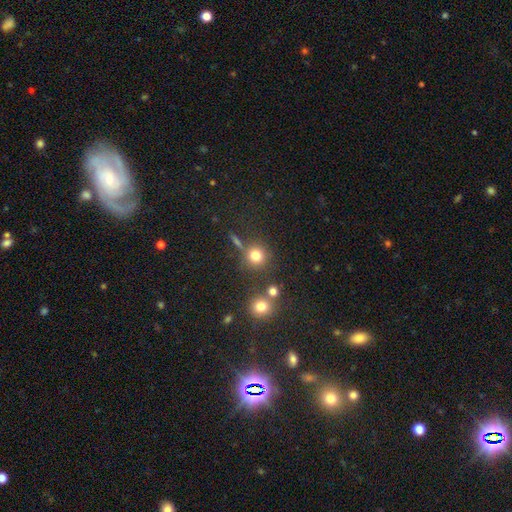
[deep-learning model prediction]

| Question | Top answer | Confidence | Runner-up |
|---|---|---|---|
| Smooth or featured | smooth | 76% | star or artifact (16%) |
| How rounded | round | 91% | in between (7%) |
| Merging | none | 73% | merger (12%) |